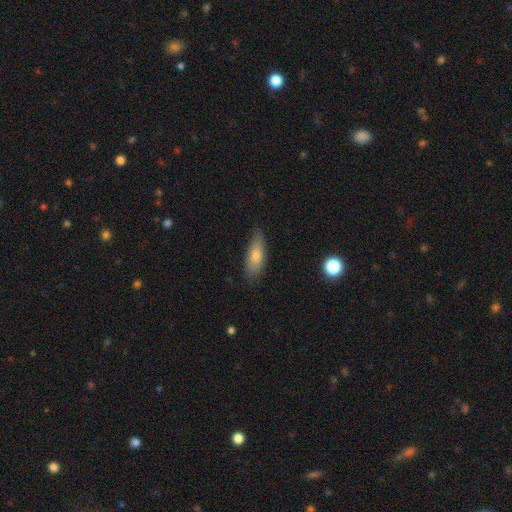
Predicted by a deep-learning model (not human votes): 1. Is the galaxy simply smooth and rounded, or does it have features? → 74% smooth, 19% featured or disk, 7% star or artifact.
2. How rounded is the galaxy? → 64% in between, 34% cigar-shaped, 3% round.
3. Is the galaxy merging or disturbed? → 78% none, 17% minor disturbance, 3% major disturbance, 1% merger.